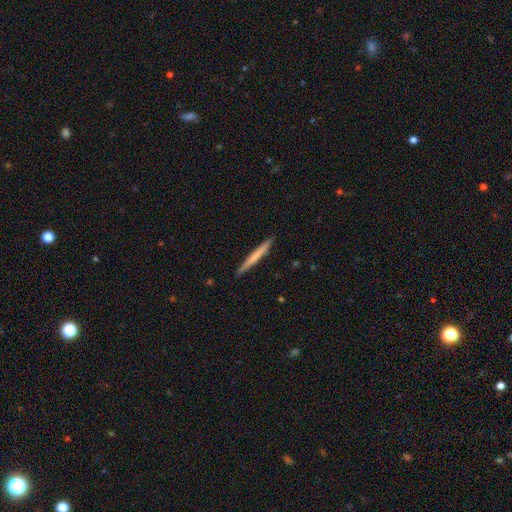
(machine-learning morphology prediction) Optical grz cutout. It shows a smooth galaxy with no disk features (58%) that is cigar-shaped (97%). Merging: none (91%).